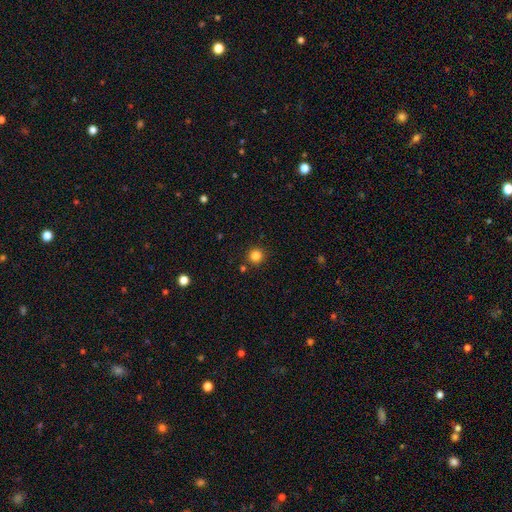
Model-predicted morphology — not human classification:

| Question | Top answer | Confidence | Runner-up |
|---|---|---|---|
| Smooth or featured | smooth | 83% | star or artifact (13%) |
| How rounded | round | 94% | in between (5%) |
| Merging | none | 88% | minor disturbance (6%) |